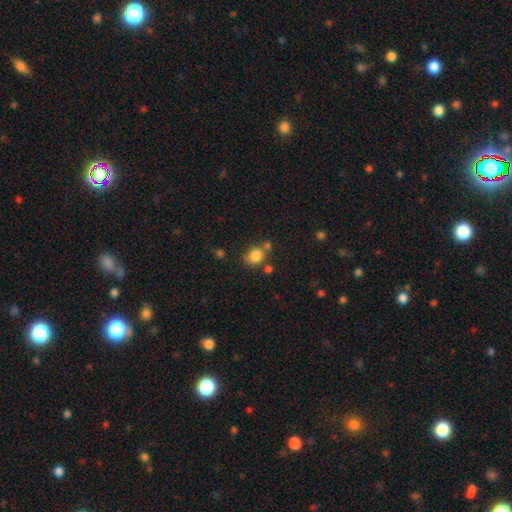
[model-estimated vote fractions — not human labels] smooth 84%, star or artifact 11%, featured or disk 6%. Down the decision tree: how rounded — round (72%); merging — none (66%).